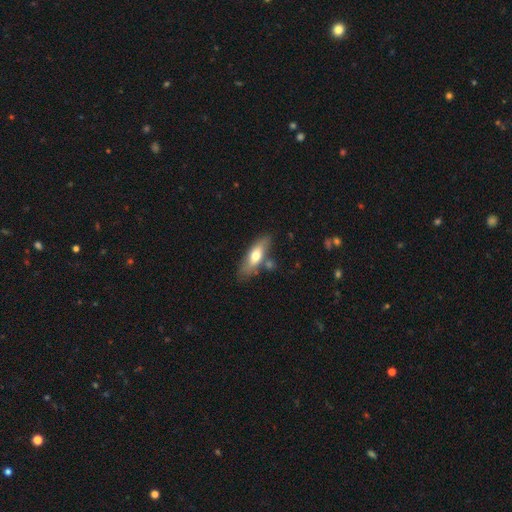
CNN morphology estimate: A smooth galaxy with no disk features (64%) that is in between round and cigar-shaped (61%).

Vote fractions:
- Smooth or featured? smooth: 64% / featured or disk: 31% / star or artifact: 6%
- How rounded? in between: 61% / cigar-shaped: 36% / round: 3%
- Merging? none: 69% / minor disturbance: 17% / merger: 10% / major disturbance: 4%